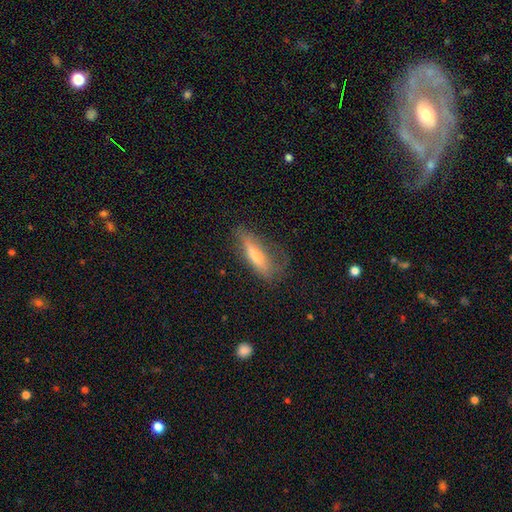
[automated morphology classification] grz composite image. It shows a smooth galaxy with no disk features (59%) that is cigar-shaped (61%). Merging: none (58%).